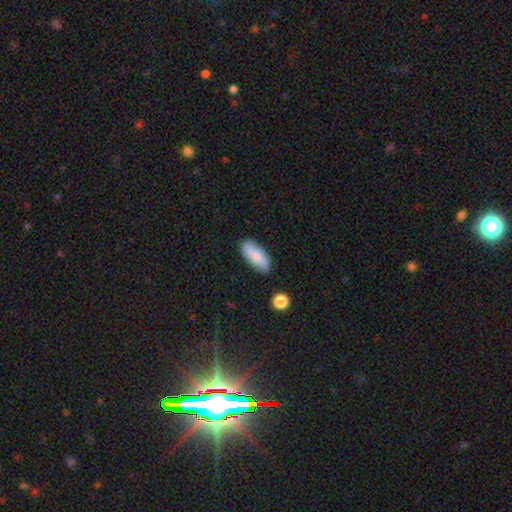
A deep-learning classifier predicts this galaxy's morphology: This appears to be a smooth galaxy with no disk features (83%) that is in between round and cigar-shaped (75%). Merging: none (84%).